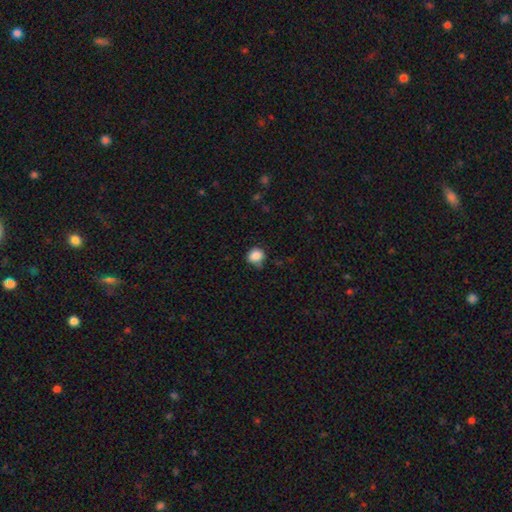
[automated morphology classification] A smooth galaxy with no disk features (86%) that is round (79%).

Vote fractions:
- Smooth or featured? smooth: 86% / star or artifact: 10% / featured or disk: 4%
- How rounded? round: 79% / in between: 20% / cigar-shaped: 1%
- Merging? none: 69% / minor disturbance: 24% / major disturbance: 5% / merger: 3%